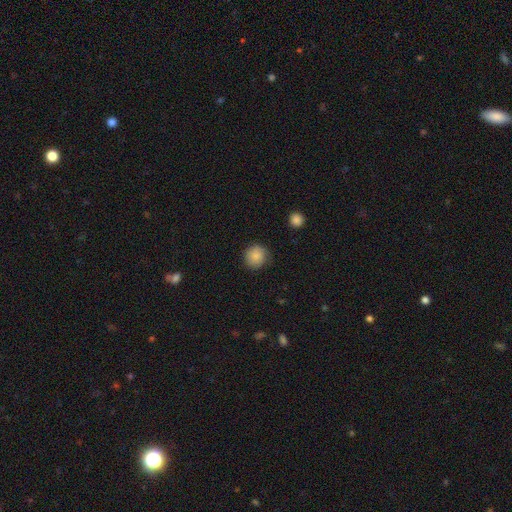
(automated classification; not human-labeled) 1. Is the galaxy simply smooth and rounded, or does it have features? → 84% smooth, 8% star or artifact, 8% featured or disk.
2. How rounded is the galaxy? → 91% round, 8% in between, 1% cigar-shaped.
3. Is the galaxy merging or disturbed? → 81% none, 15% minor disturbance, 4% major disturbance, 1% merger.